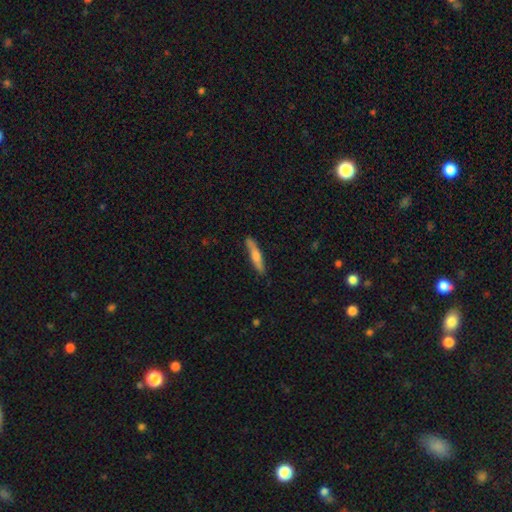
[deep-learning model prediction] smooth-or-featured: smooth: 47% | featured or disk: 46% | star or artifact: 7%
  merging: none: 84% | minor disturbance: 12% | major disturbance: 2% | merger: 2%